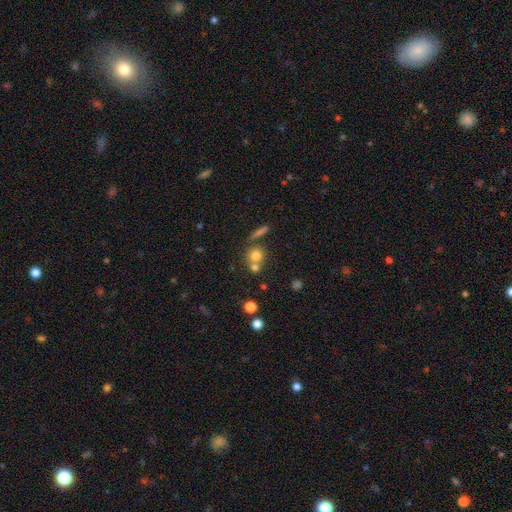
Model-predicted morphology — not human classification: A smooth galaxy with no disk features (74%) that is round (87%). Merging: none (51%).